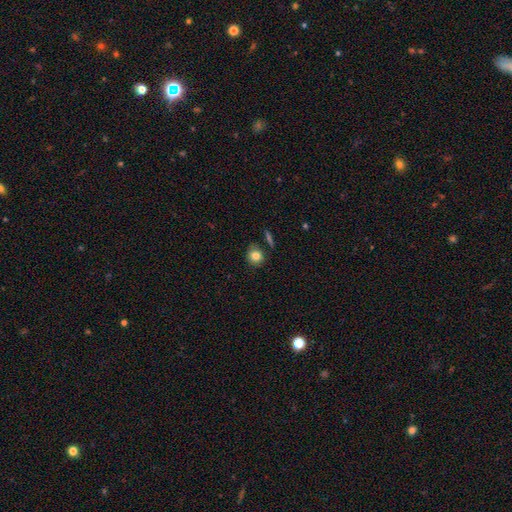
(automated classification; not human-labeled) Q: Smooth or featured?
A: smooth (82%); runner-up: star or artifact (10%)
Q: How rounded?
A: round (83%); runner-up: in between (16%)
Q: Merging?
A: none (82%); runner-up: minor disturbance (11%)